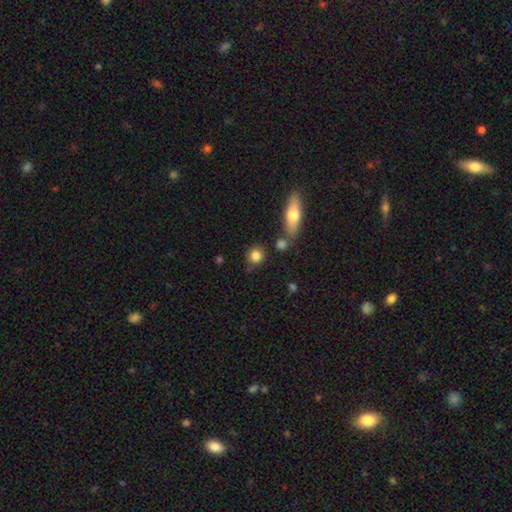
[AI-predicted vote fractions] This is clearly a smooth galaxy (82%). How rounded: clearly round (84%). Merging: likely none (78%).